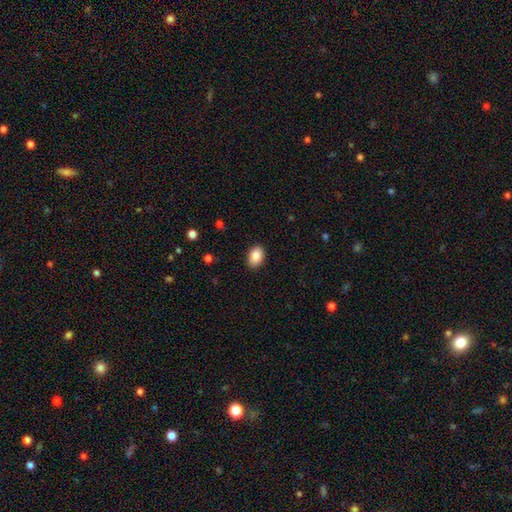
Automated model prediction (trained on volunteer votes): Smooth or featured?
  - smooth: 87% *
  - star or artifact: 8%
  - featured or disk: 5%
How rounded?
  - in between: 85% *
  - round: 14%
  - cigar-shaped: 1%
Merging?
  - none: 89% *
  - minor disturbance: 8%
  - major disturbance: 2%
  - merger: 1%